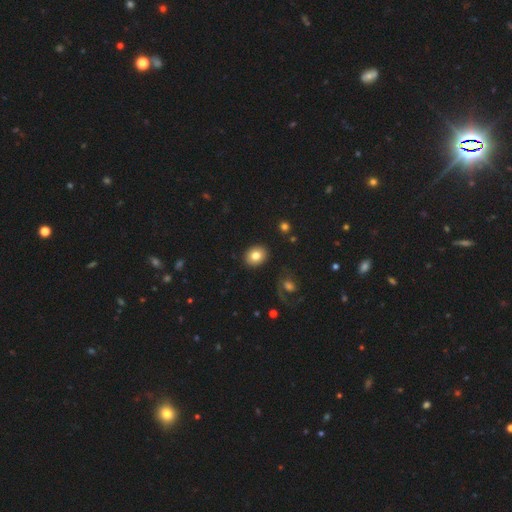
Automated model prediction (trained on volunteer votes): smooth-or-featured: smooth: 80% | featured or disk: 11% | star or artifact: 9%
  how-rounded: round: 57% | in between: 42% | cigar-shaped: 1%
  merging: none: 90% | minor disturbance: 6% | major disturbance: 2% | merger: 2%